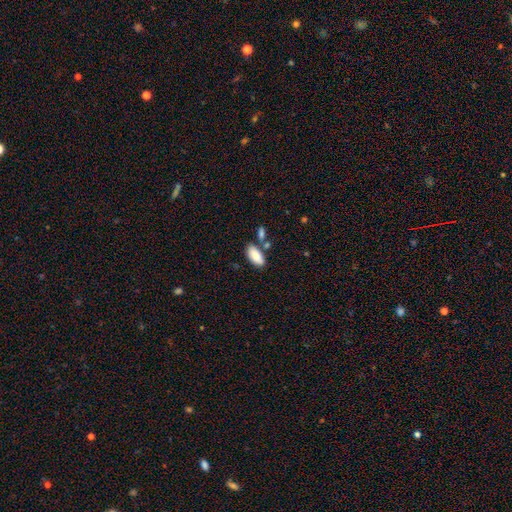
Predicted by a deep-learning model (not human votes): Smooth or featured?
  - smooth: 86% *
  - featured or disk: 8%
  - star or artifact: 6%
How rounded?
  - in between: 90% *
  - cigar-shaped: 7%
  - round: 2%
Merging?
  - none: 68% *
  - merger: 15%
  - minor disturbance: 13%
  - major disturbance: 3%